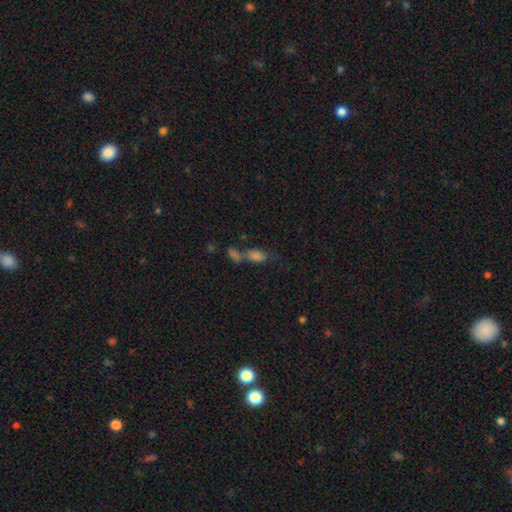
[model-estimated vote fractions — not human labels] smooth-or-featured: smooth: 69% | star or artifact: 17% | featured or disk: 14%
  how-rounded: in between: 81% | round: 10% | cigar-shaped: 9%
  merging: merger: 56% | none: 28% | minor disturbance: 9% | major disturbance: 7%